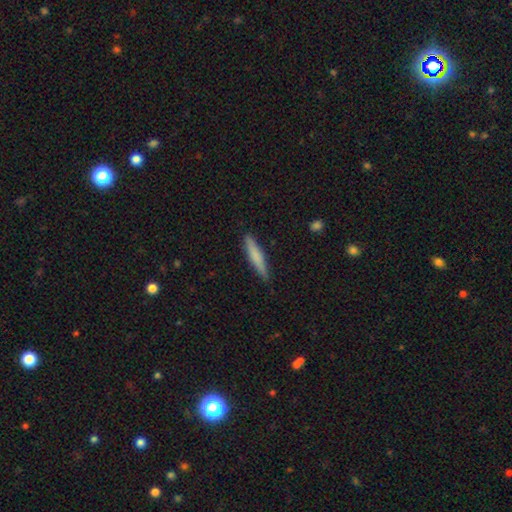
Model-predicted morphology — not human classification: A smooth galaxy with no disk features (71%) that is cigar-shaped (92%).

Vote fractions:
- Smooth or featured? smooth: 71% / featured or disk: 23% / star or artifact: 6%
- How rounded? cigar-shaped: 92% / in between: 7% / round: 1%
- Merging? none: 88% / minor disturbance: 9% / major disturbance: 2% / merger: 1%